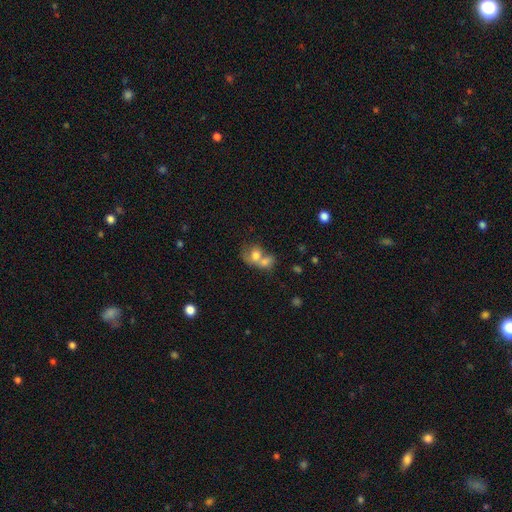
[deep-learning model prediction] Smooth or featured? Predicted: smooth (p=0.70). How rounded? Predicted: in between (p=0.52). Merging? Predicted: merger (p=0.72).